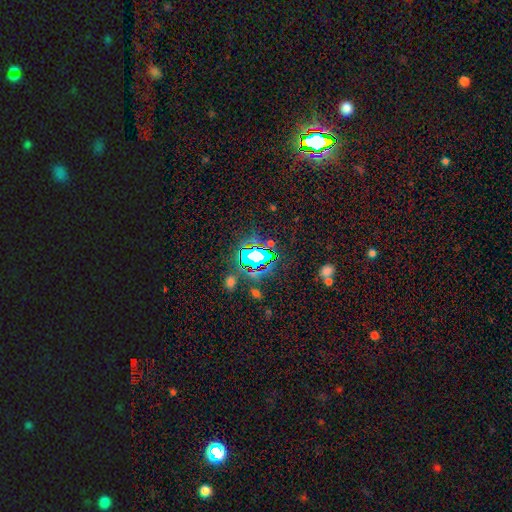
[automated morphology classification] Q: Smooth or featured?
A: star or artifact (65%); runner-up: smooth (22%)